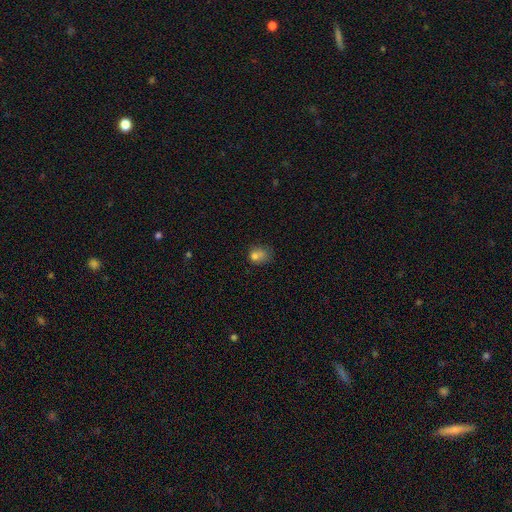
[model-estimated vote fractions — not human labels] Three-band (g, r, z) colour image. It shows a smooth galaxy with no disk features (72%) that is round (54%). Merging: none (34%).